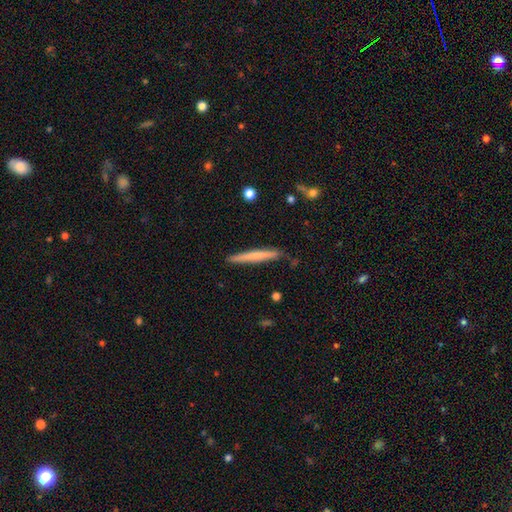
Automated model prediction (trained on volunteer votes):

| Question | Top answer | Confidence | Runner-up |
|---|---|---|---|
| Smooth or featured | smooth | 63% | featured or disk (32%) |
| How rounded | cigar-shaped | 96% | in between (2%) |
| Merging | none | 86% | minor disturbance (11%) |